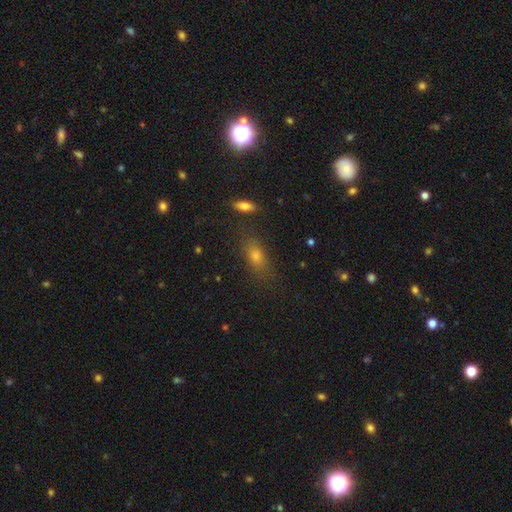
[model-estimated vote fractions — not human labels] smooth 66%, star or artifact 21%, featured or disk 14%. Down the decision tree: how rounded — in between (67%); merging — none (77%).